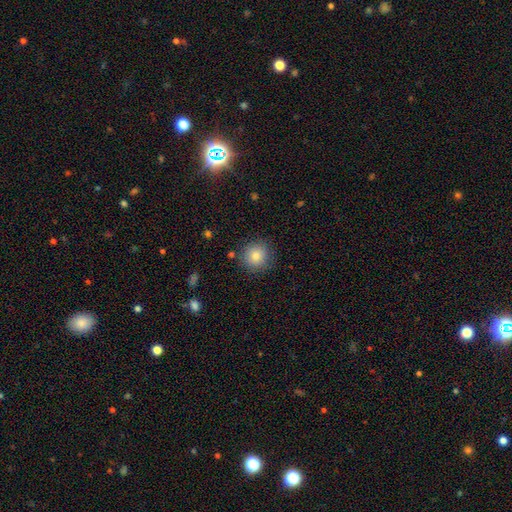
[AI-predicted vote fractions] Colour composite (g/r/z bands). It shows a smooth galaxy with no disk features (80%) that is round (93%). Merging: none (87%).